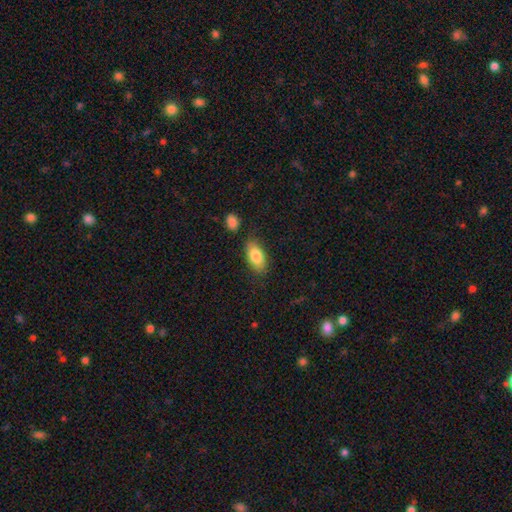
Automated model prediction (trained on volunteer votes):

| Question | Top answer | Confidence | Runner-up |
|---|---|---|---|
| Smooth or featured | smooth | 83% | featured or disk (11%) |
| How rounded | in between | 89% | cigar-shaped (7%) |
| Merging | none | 78% | minor disturbance (14%) |